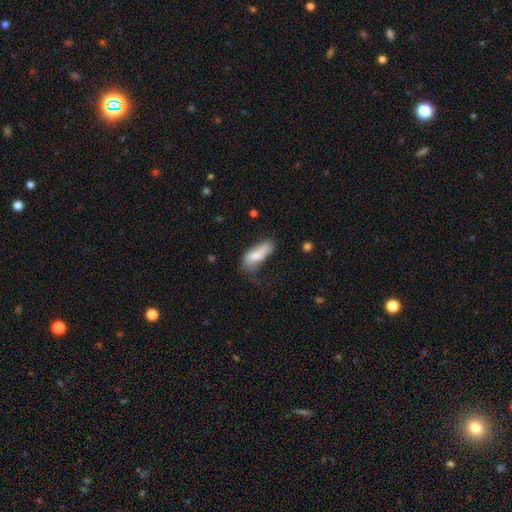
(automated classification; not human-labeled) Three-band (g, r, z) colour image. It shows a smooth galaxy with no disk features (70%) that is in between round and cigar-shaped (72%). Merging: none (34%, tied with minor disturbance).